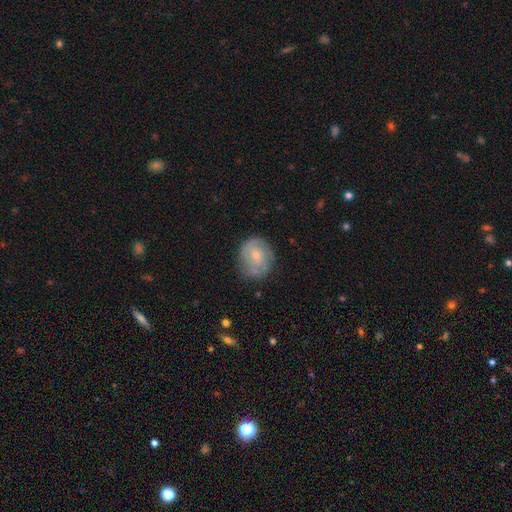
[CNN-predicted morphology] This is possibly a featured or disk galaxy (55%). It is clearly not viewed edge-on (97%). Bar: likely no (69%). Spiral arm pattern: likely yes (74%). Central bulge: possibly small (58%). Merging: likely none (68%).